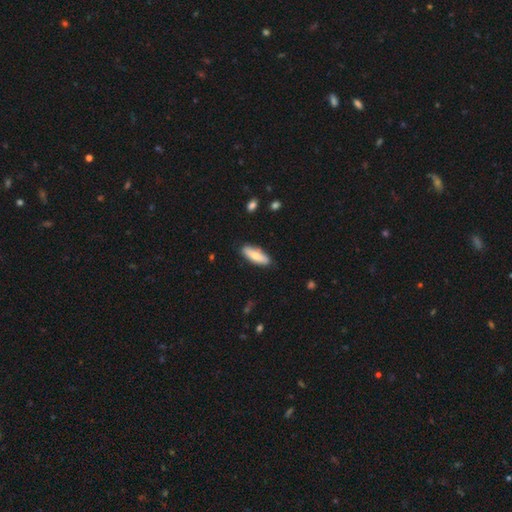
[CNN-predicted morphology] Overall: smooth (72%). How rounded: in between (58%; cigar-shaped 40%). Merging: none (85%).